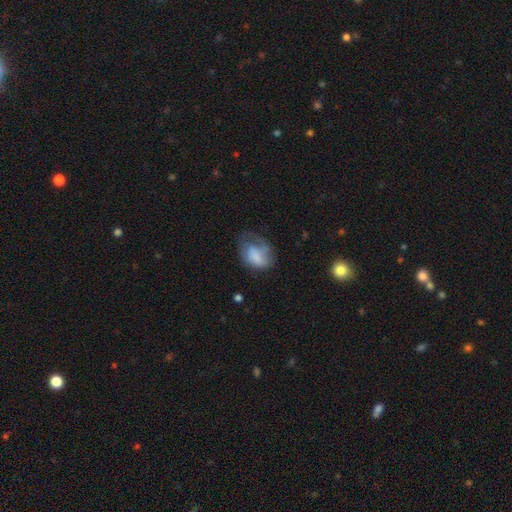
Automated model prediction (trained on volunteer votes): Smooth or featured? Predicted: smooth (p=0.64). How rounded? Predicted: in between (p=0.77). Merging? Predicted: major disturbance (p=0.36).